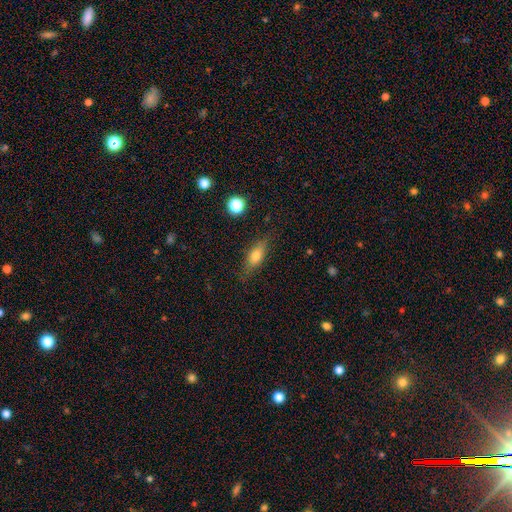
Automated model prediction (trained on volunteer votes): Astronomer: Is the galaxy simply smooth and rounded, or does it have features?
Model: smooth — 69%.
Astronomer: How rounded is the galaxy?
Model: in between — 64%.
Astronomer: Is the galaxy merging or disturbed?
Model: none — 79%.